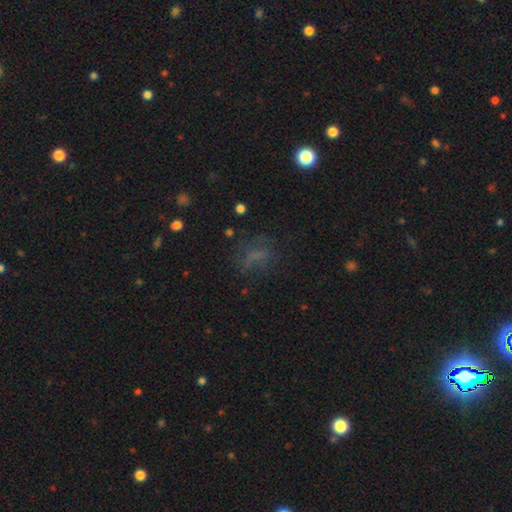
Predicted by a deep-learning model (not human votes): Overall: smooth (49%; star or artifact 28%). Merging: none (57%; major disturbance 21%).